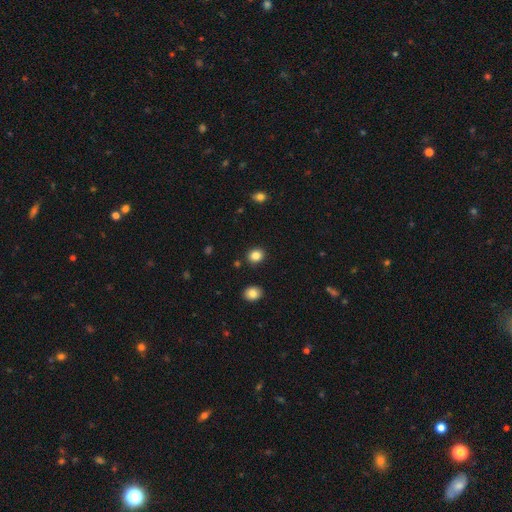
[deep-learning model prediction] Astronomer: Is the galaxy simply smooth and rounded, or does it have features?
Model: smooth — 84%.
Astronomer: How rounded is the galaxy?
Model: round — 72%.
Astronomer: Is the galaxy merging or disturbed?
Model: none — 89%.